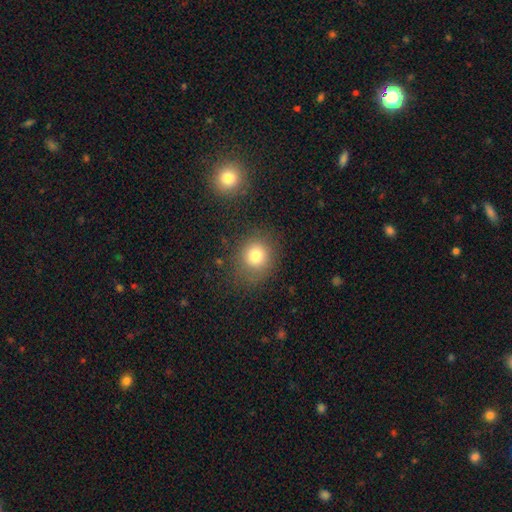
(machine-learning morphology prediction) Overall: smooth (78%). How rounded: round (84%). Merging: none (80%).